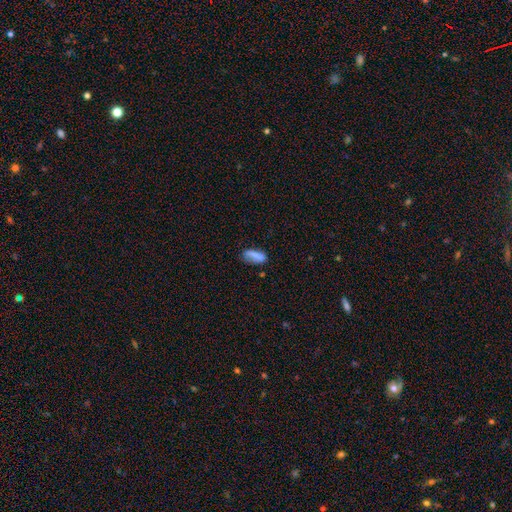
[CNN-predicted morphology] type=smooth (73%); roundness=in between (79%); merging=none (59%).